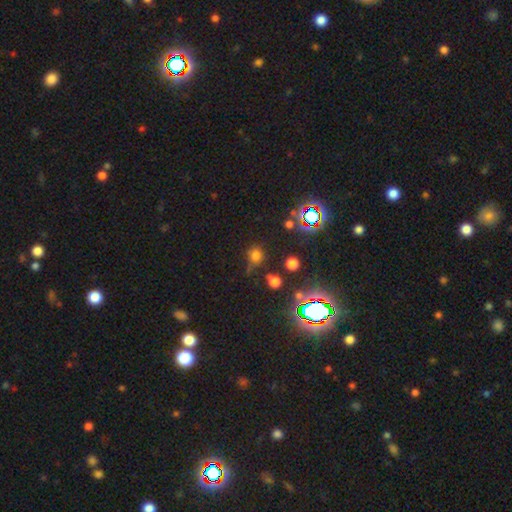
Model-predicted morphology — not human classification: The model was most divided on "smooth or featured": smooth: 62%, star or artifact: 29%, featured or disk: 8%. More confident: how rounded — round (83%); merging — none (65%).